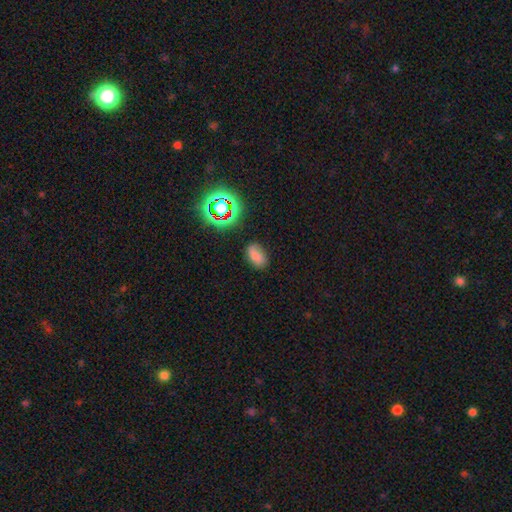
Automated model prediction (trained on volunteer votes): Morphology: type=smooth (69%); roundness=in between (89%); merging=none (71%).